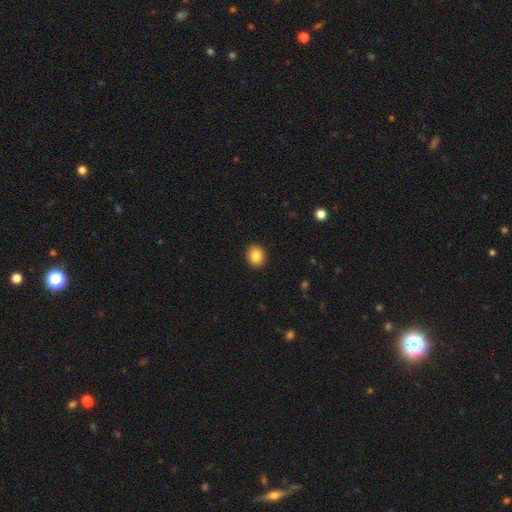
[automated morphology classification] This is clearly a smooth galaxy (86%). How rounded: likely round (65%). Merging: clearly none (91%).